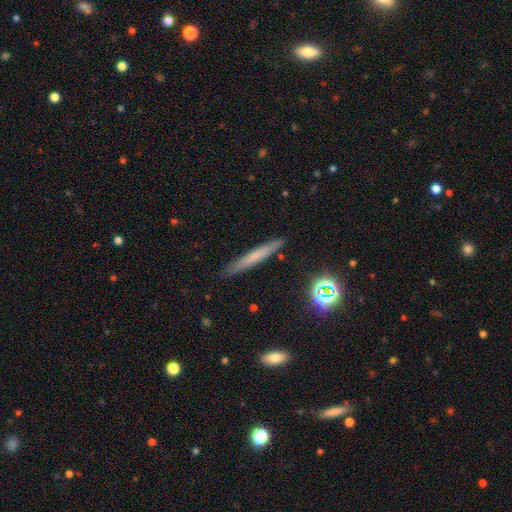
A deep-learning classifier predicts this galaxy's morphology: Smooth or featured?
  - smooth: 56% *
  - featured or disk: 33%
  - star or artifact: 10%
How rounded?
  - cigar-shaped: 95% *
  - in between: 3%
  - round: 2%
Merging?
  - none: 88% *
  - minor disturbance: 9%
  - major disturbance: 2%
  - merger: 2%